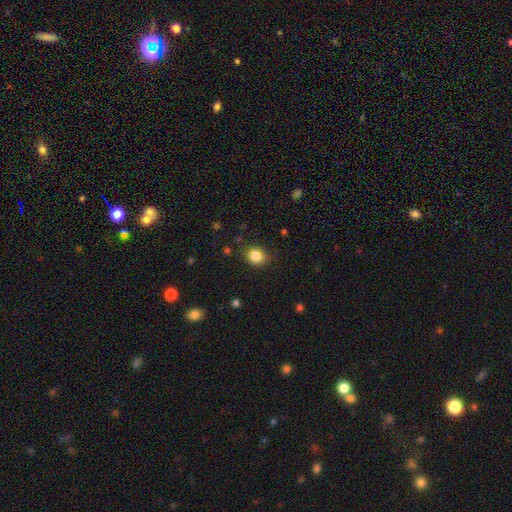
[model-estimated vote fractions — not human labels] The model was most divided on "how rounded": round: 66%, in between: 33%, cigar-shaped: 1%. More confident: merging — none (85%); smooth or featured — smooth (85%).